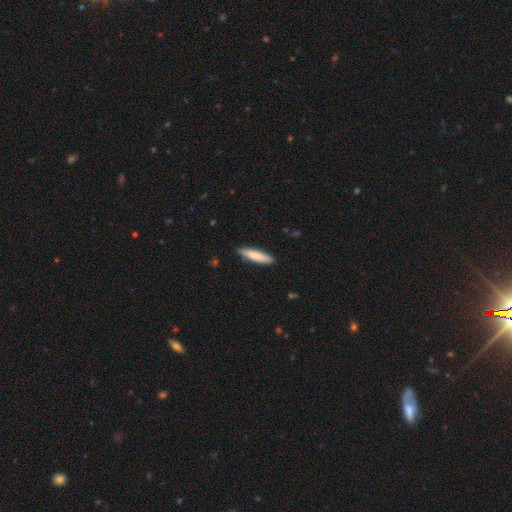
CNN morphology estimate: Smooth or featured?
  - smooth: 81% *
  - featured or disk: 14%
  - star or artifact: 5%
How rounded?
  - cigar-shaped: 79% *
  - in between: 19%
  - round: 1%
Merging?
  - none: 87% *
  - minor disturbance: 10%
  - major disturbance: 2%
  - merger: 1%